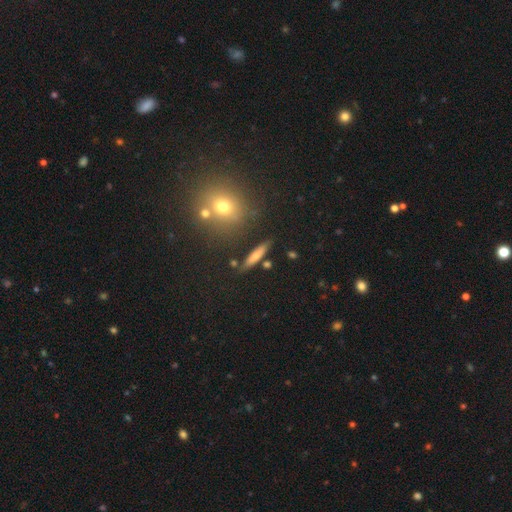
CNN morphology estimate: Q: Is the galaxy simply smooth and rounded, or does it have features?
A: smooth — 67%.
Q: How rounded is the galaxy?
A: cigar-shaped — 85%.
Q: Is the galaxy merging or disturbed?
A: none — 82%.